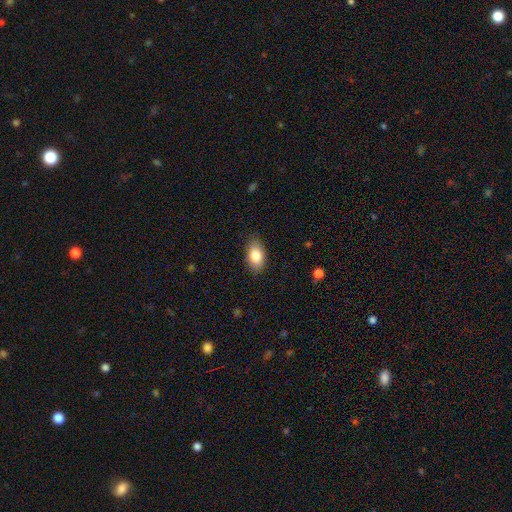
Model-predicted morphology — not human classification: smooth-or-featured: smooth: 84% | featured or disk: 9% | star or artifact: 7%
  how-rounded: in between: 92% | round: 6% | cigar-shaped: 2%
  merging: none: 85% | minor disturbance: 11% | major disturbance: 3% | merger: 1%